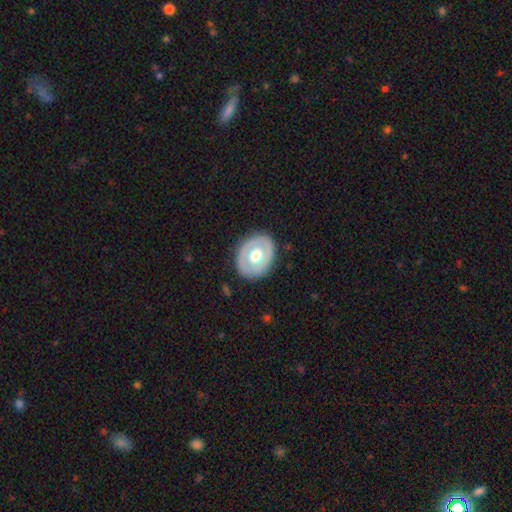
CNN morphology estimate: smooth-or-featured: featured or disk: 52% | smooth: 43% | star or artifact: 5%
  disk-edge-on: no: 92% | yes: 8%
  merging: none: 83% | minor disturbance: 12% | major disturbance: 4% | merger: 1%